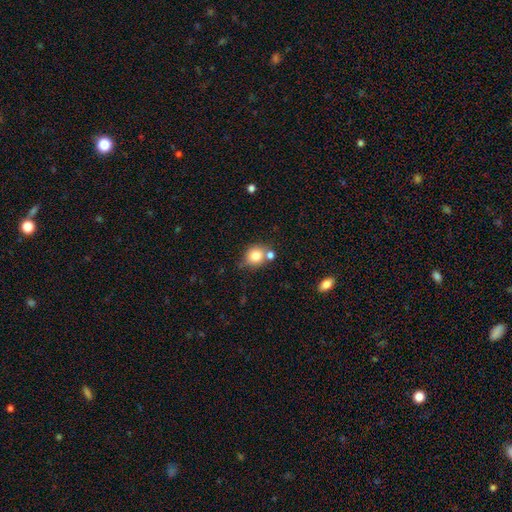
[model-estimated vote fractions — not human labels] Q: Smooth or featured?
A: smooth (79%); runner-up: star or artifact (11%)
Q: How rounded?
A: round (77%); runner-up: in between (22%)
Q: Merging?
A: none (61%); runner-up: merger (21%)